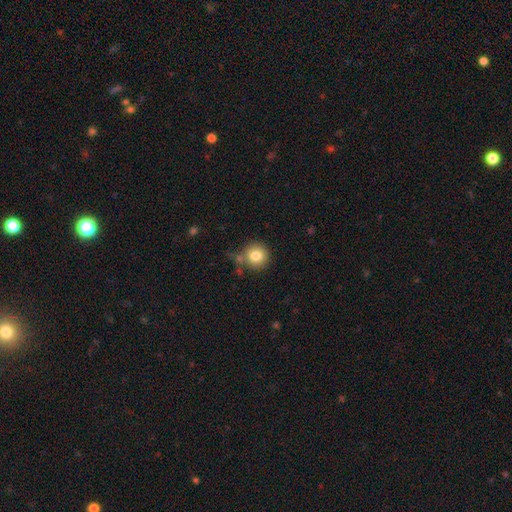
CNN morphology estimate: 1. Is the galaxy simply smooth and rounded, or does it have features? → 81% smooth, 10% star or artifact, 9% featured or disk.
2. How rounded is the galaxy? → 93% round, 6% in between, 1% cigar-shaped.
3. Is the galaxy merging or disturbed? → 71% none, 14% minor disturbance, 10% merger, 5% major disturbance.